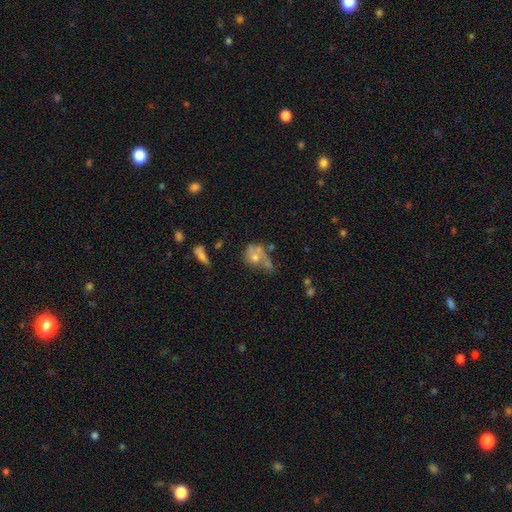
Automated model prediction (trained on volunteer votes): Smooth or featured? Predicted: smooth (p=0.50). Merging? Predicted: major disturbance (p=0.33).